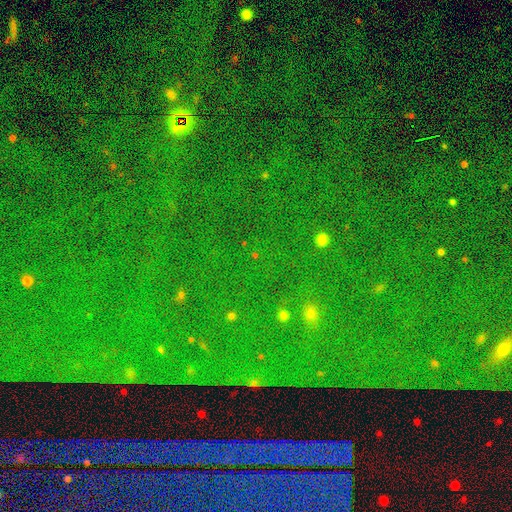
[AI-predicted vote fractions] The model was most divided on "smooth or featured": star or artifact: 80%, smooth: 12%, featured or disk: 8%.